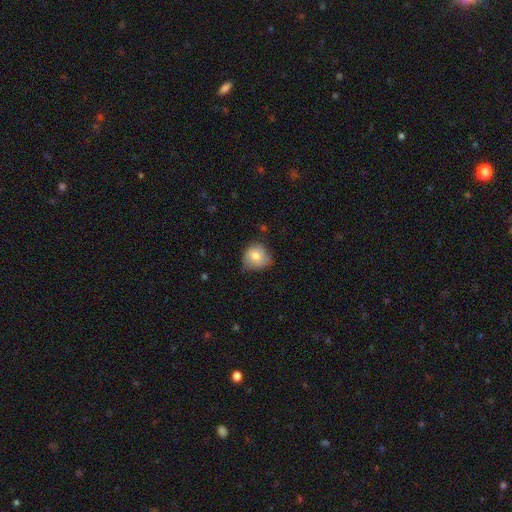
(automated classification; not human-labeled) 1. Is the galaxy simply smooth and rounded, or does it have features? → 77% smooth, 15% featured or disk, 8% star or artifact.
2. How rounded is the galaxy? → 81% round, 18% in between, 1% cigar-shaped.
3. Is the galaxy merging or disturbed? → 57% none, 34% minor disturbance, 7% major disturbance, 2% merger.